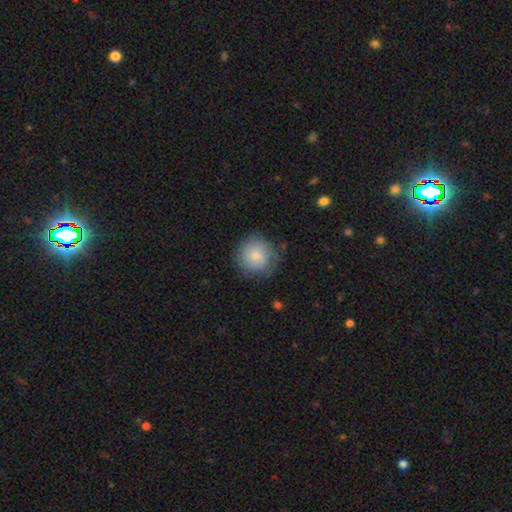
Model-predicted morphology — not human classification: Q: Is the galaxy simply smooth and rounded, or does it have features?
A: smooth — 83%.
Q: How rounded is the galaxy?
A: round — 93%.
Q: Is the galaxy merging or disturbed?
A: none — 79%.